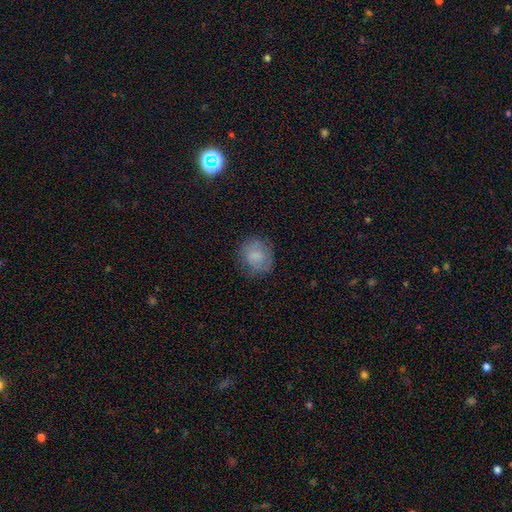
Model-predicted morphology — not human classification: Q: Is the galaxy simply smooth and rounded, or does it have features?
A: smooth — 72%.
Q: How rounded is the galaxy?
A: round — 79%.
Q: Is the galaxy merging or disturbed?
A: none — 75%.